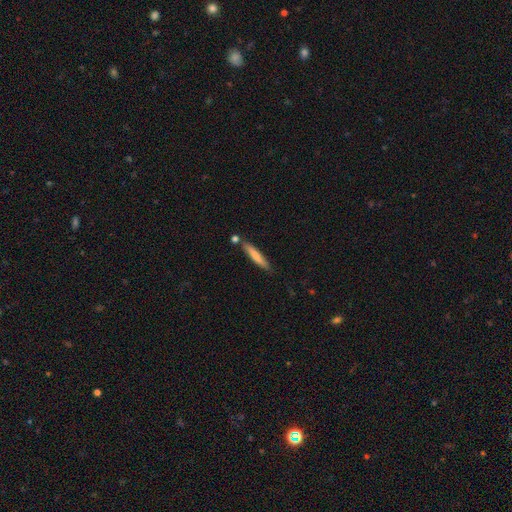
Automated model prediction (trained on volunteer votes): Overall: smooth (73%). How rounded: cigar-shaped (92%). Merging: none (78%).